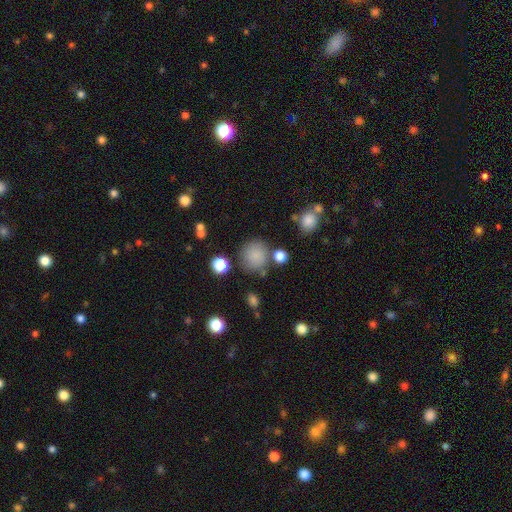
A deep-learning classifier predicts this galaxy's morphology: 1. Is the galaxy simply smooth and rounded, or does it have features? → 82% smooth, 11% star or artifact, 7% featured or disk.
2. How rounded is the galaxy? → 88% round, 11% in between, 1% cigar-shaped.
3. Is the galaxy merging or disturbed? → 76% none, 12% minor disturbance, 7% merger, 4% major disturbance.